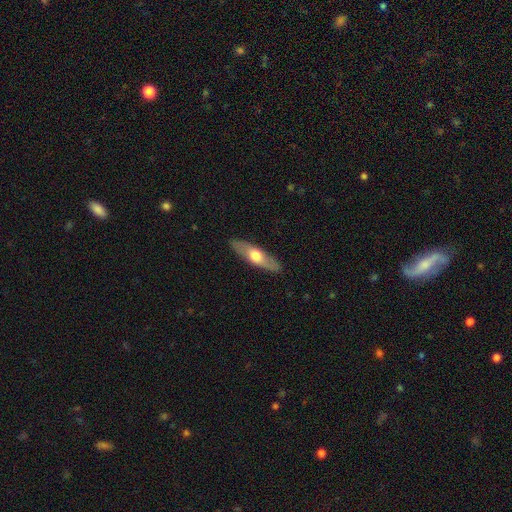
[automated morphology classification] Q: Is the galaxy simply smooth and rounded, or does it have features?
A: smooth — 48%.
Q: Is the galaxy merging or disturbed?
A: none — 88%.